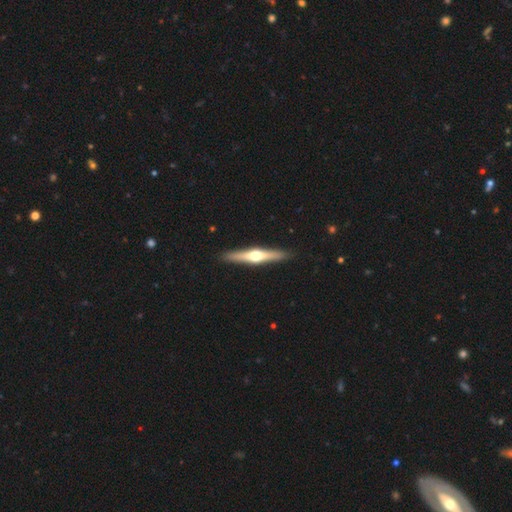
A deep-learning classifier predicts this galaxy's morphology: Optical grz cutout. It shows a featured or disk galaxy (70%) viewed edge-on (97%) with a rounded central bulge (94%). Merging: none (92%).